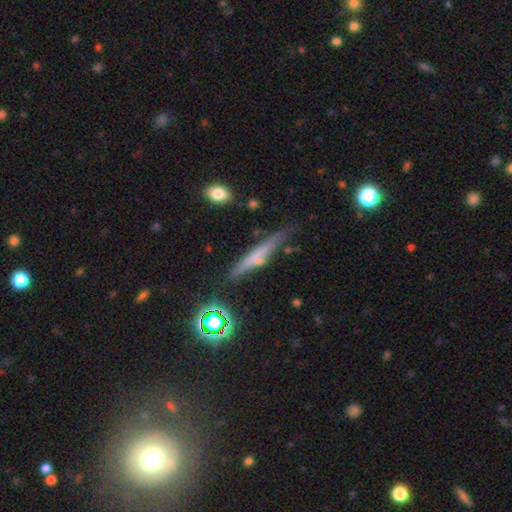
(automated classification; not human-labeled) This is possibly a featured or disk galaxy (47%). Merging: likely none (77%).